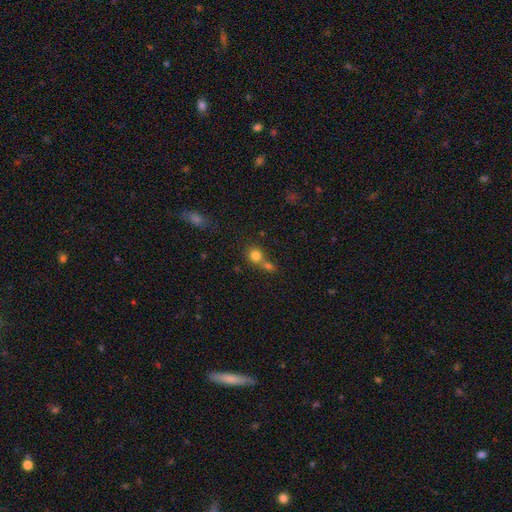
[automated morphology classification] The model was most divided on "merging": merger: 48%, none: 40%, minor disturbance: 8%, major disturbance: 4%. More confident: how rounded — round (80%); smooth or featured — smooth (79%).